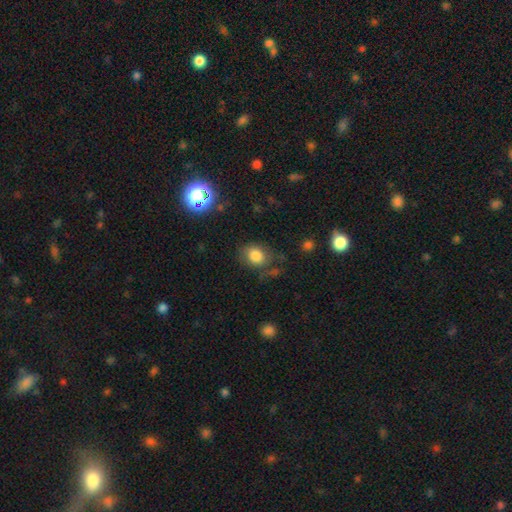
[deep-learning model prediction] Morphology: type=smooth (80%); roundness=in between (50%); merging=none (61%).